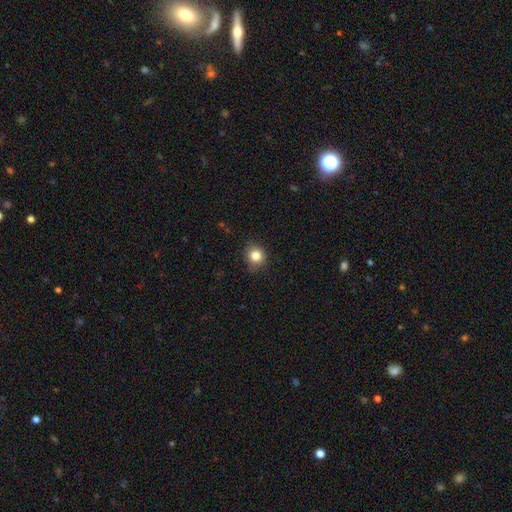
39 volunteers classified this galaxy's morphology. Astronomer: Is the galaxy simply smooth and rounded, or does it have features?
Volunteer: smooth — 79%.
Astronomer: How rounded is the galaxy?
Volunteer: round — 87%.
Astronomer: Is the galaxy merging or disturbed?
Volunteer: none — 74%.